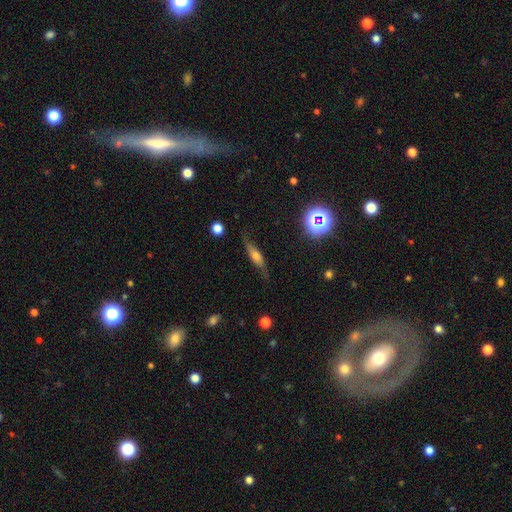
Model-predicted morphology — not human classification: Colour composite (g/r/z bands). It shows a featured or disk galaxy (54%) viewed edge-on (72%). Merging: none (71%).